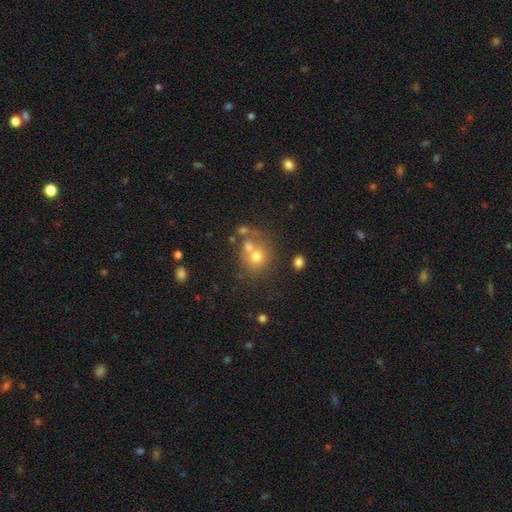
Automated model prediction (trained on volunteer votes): A smooth galaxy with no disk features (65%) that is round (77%). Merging: none (47%).